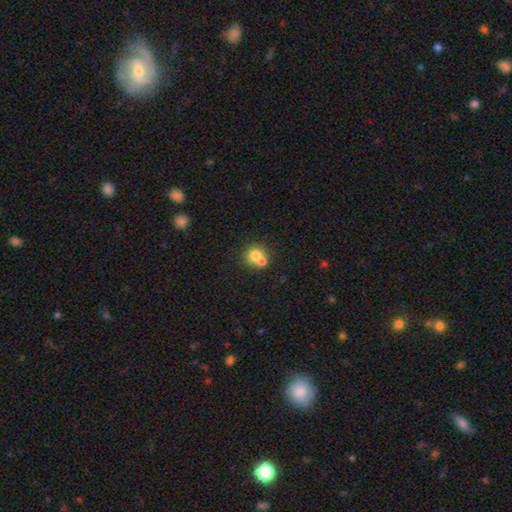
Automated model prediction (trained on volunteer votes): smooth 74%, featured or disk 15%, star or artifact 11%. Down the decision tree: how rounded — round (84%); merging — merger (46%).